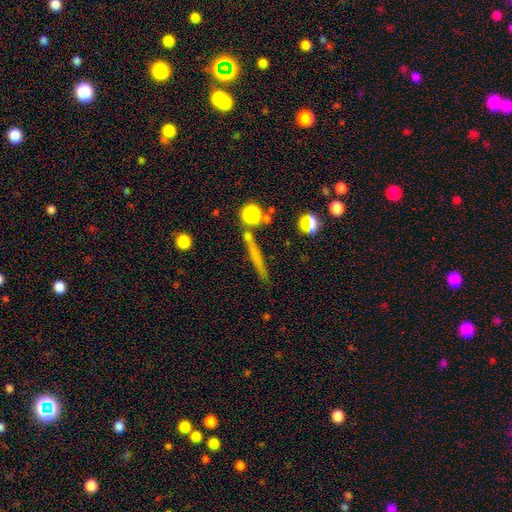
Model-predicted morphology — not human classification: smooth-or-featured: smooth: 56% | featured or disk: 32% | star or artifact: 12%
  how-rounded: cigar-shaped: 87% | round: 7% | in between: 6%
  merging: none: 78% | minor disturbance: 11% | merger: 7% | major disturbance: 4%